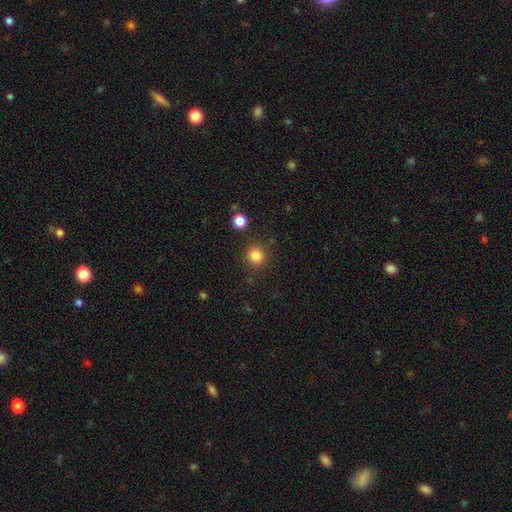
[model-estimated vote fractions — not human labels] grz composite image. It shows a smooth galaxy with no disk features (84%) that is round (90%). Merging: none (87%).